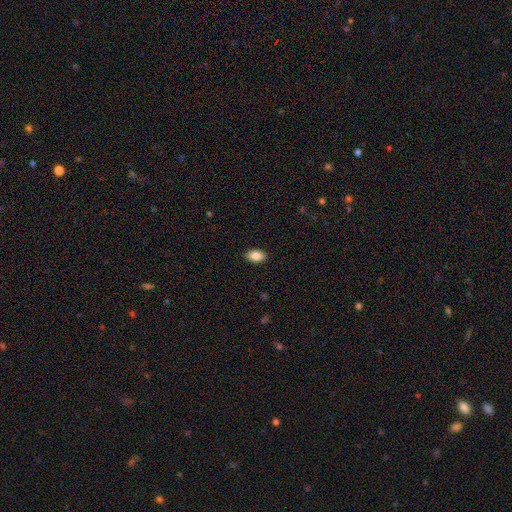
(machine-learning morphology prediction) A smooth galaxy with no disk features (88%) that is in between round and cigar-shaped (91%).

Vote fractions:
- Smooth or featured? smooth: 88% / star or artifact: 7% / featured or disk: 5%
- How rounded? in between: 91% / round: 7% / cigar-shaped: 2%
- Merging? none: 89% / minor disturbance: 8% / major disturbance: 2% / merger: 1%